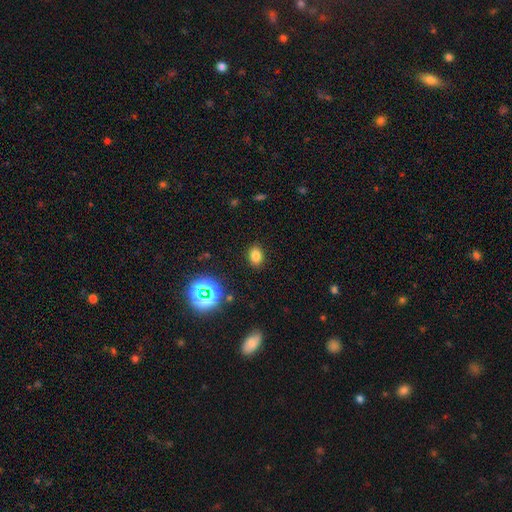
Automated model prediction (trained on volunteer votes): A smooth galaxy with no disk features (76%) that is in between round and cigar-shaped (71%). Merging: none (87%).